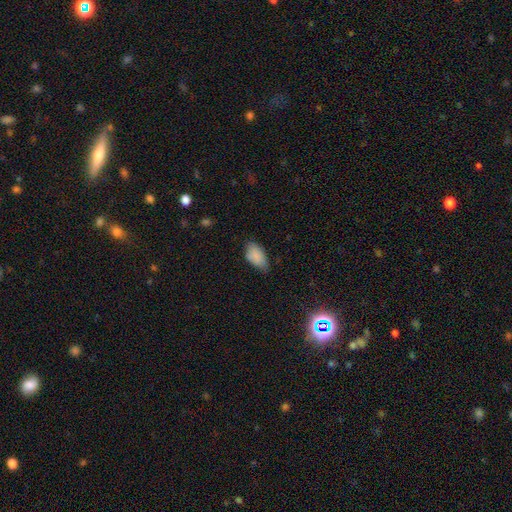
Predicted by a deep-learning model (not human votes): This appears to be a smooth galaxy with no disk features (86%) that is in between round and cigar-shaped (94%). Merging: none (57%).